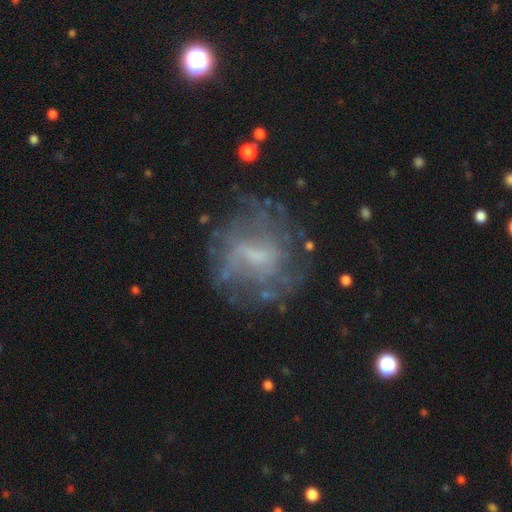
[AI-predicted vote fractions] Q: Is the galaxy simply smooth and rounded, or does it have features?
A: featured or disk — 71%.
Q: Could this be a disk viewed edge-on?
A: no — 97%.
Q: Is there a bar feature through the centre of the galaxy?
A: weak — 55%.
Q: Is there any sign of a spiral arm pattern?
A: yes — 65%.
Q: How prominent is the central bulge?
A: small — 40%.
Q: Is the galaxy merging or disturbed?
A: none — 67%.